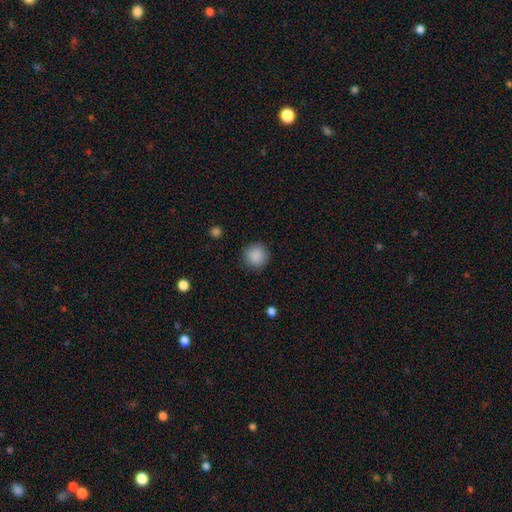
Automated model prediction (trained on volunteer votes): A smooth galaxy with no disk features (88%) that is round (94%).

Vote fractions:
- Smooth or featured? smooth: 88% / star or artifact: 8% / featured or disk: 3%
- How rounded? round: 94% / in between: 5% / cigar-shaped: 1%
- Merging? none: 90% / minor disturbance: 6% / major disturbance: 2% / merger: 1%